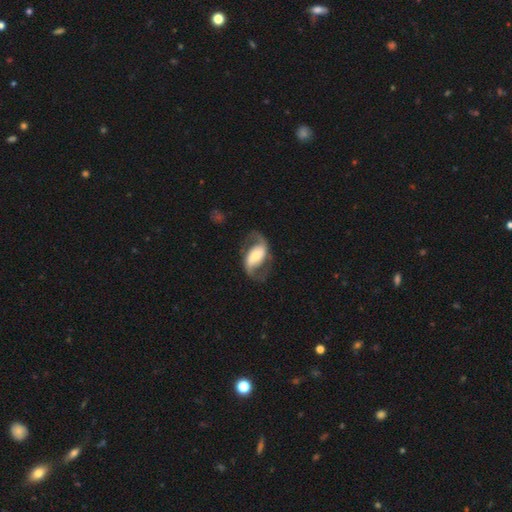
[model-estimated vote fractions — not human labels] A featured or disk galaxy (83%) with a strong bar (36%), 2 (92%) loose (55%) spiral arms (93%) and a moderate central bulge (48%). Merging: none (72%).